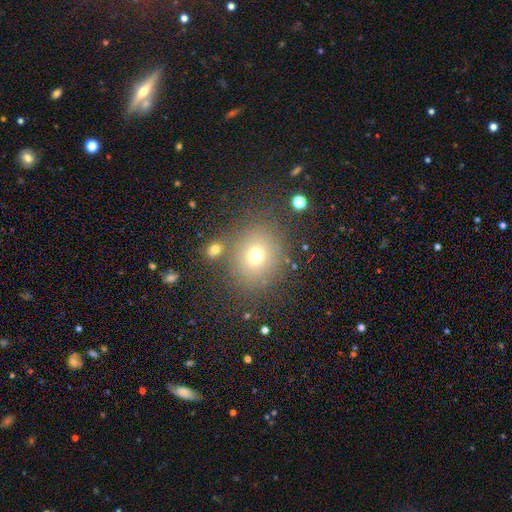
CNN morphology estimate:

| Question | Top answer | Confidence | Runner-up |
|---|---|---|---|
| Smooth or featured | smooth | 68% | star or artifact (19%) |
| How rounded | round | 70% | in between (29%) |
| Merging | none | 77% | minor disturbance (11%) |